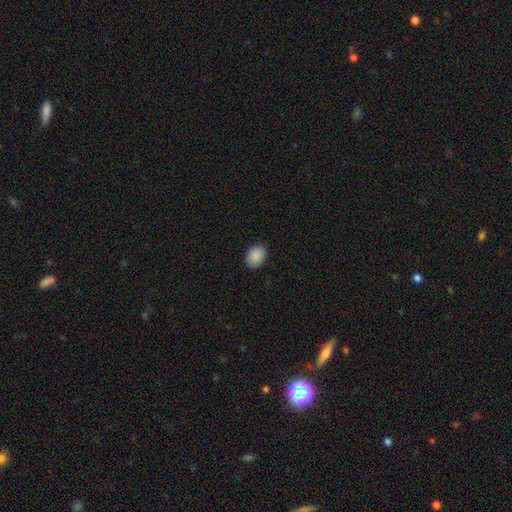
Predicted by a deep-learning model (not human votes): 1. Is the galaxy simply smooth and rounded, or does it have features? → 90% smooth, 7% star or artifact, 3% featured or disk.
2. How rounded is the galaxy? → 67% in between, 32% round, 1% cigar-shaped.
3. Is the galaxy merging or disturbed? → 89% none, 8% minor disturbance, 2% major disturbance, 1% merger.